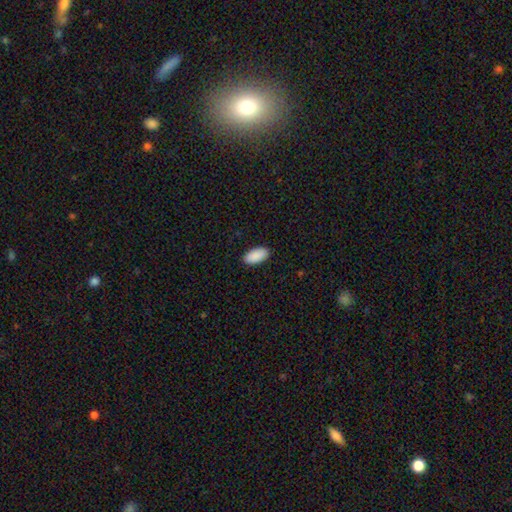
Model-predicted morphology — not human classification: A smooth galaxy with no disk features (91%) that is in between round and cigar-shaped (95%). Merging: none (90%).